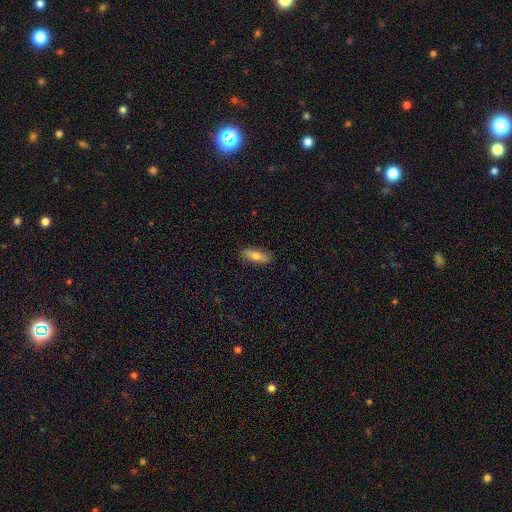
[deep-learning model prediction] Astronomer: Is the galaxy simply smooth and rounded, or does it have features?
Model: smooth — 68%.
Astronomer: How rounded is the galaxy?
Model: in between — 59% (runner-up: cigar-shaped, 38%).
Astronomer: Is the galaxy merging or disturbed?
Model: none — 85%.